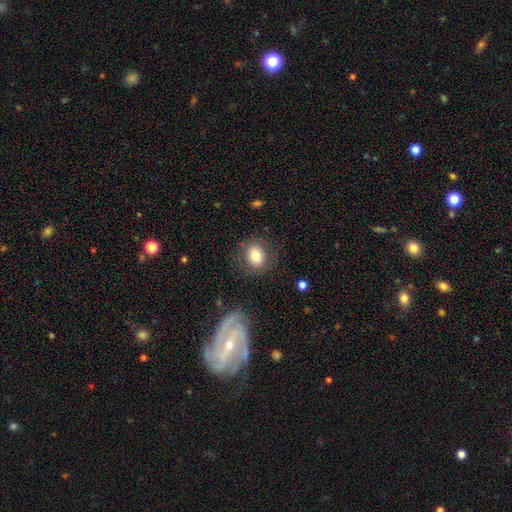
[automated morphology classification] This is likely a smooth galaxy (79%). How rounded: likely round (64%). Merging: clearly none (82%).